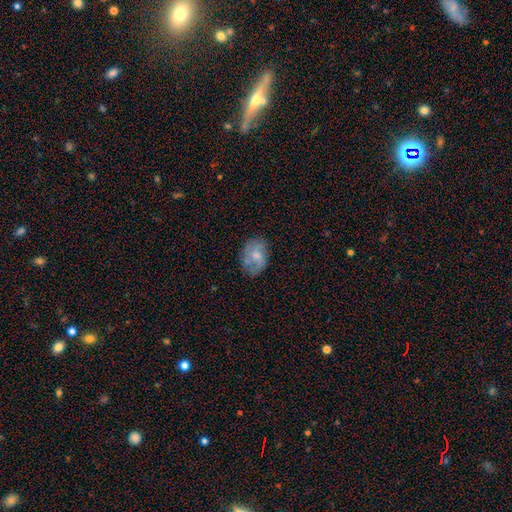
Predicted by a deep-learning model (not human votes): Q: Smooth or featured?
A: featured or disk (50%); runner-up: smooth (42%)
Q: Edge-on disk?
A: no (97%); runner-up: yes (3%)
Q: Merging?
A: none (73%); runner-up: minor disturbance (19%)